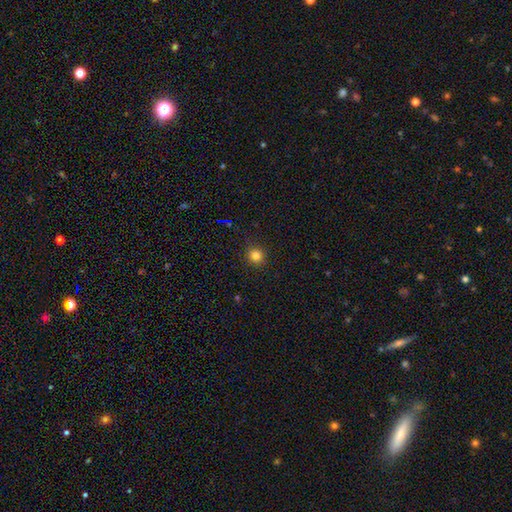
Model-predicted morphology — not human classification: The model was most divided on "smooth or featured": smooth: 81%, star or artifact: 14%, featured or disk: 5%. More confident: how rounded — round (92%); merging — none (91%).